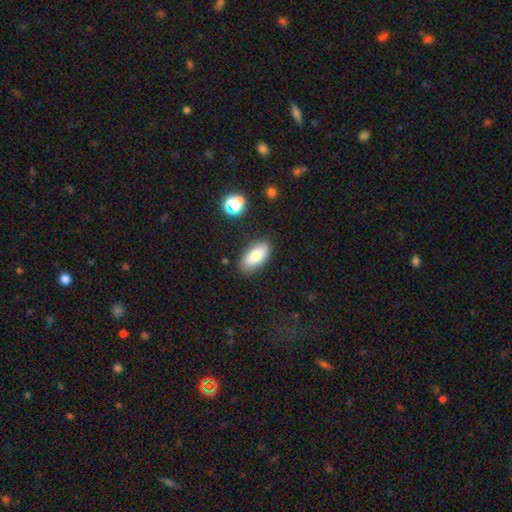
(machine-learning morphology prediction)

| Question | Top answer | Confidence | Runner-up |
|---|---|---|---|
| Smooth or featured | smooth | 77% | featured or disk (15%) |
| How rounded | in between | 90% | cigar-shaped (6%) |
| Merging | none | 85% | minor disturbance (10%) |